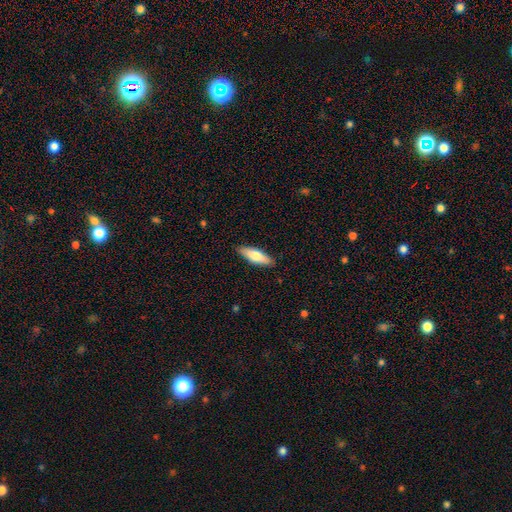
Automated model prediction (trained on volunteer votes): smooth 73%, featured or disk 22%, star or artifact 5%. Down the decision tree: how rounded — in between (57%); merging — none (87%).